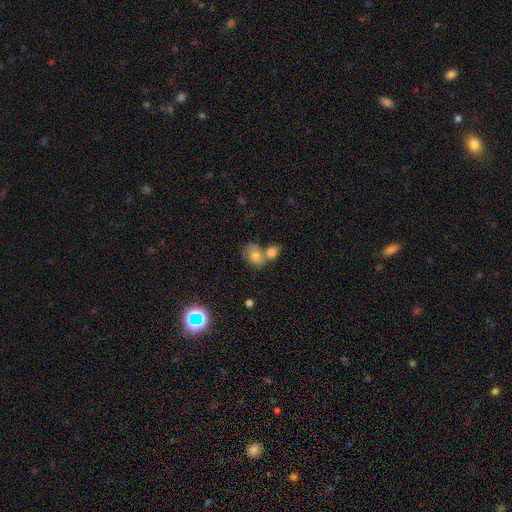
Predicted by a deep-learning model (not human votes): Smooth or featured?
  - smooth: 69% *
  - featured or disk: 20%
  - star or artifact: 11%
How rounded?
  - in between: 62% *
  - round: 37%
  - cigar-shaped: 1%
Merging?
  - merger: 51% *
  - none: 34%
  - minor disturbance: 11%
  - major disturbance: 5%